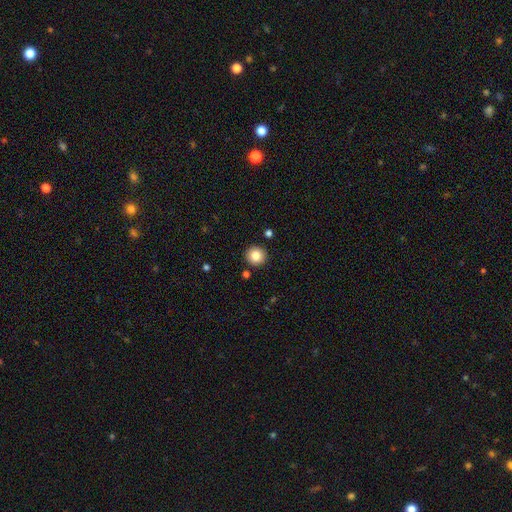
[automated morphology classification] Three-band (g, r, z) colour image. It shows a smooth galaxy with no disk features (84%) that is round (94%). Merging: none (90%).